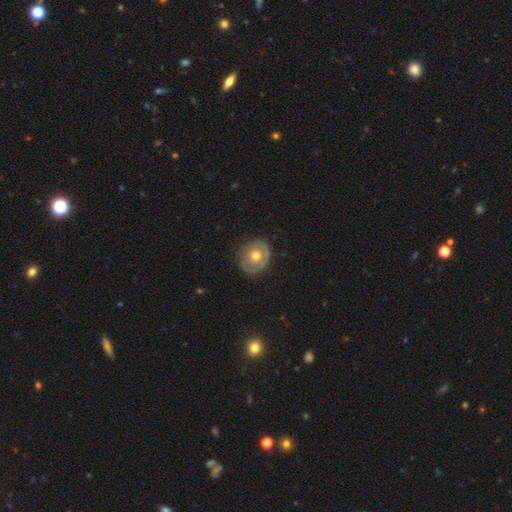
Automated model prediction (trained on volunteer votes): featured or disk 50%, smooth 44%, star or artifact 6%. Down the decision tree: merging — none (77%).